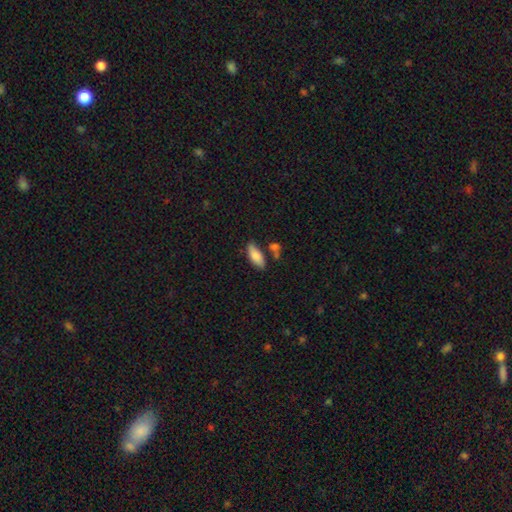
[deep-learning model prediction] Smooth or featured?
  - smooth: 84% *
  - featured or disk: 9%
  - star or artifact: 6%
How rounded?
  - in between: 79% *
  - cigar-shaped: 19%
  - round: 2%
Merging?
  - none: 68% *
  - minor disturbance: 16%
  - merger: 11%
  - major disturbance: 4%